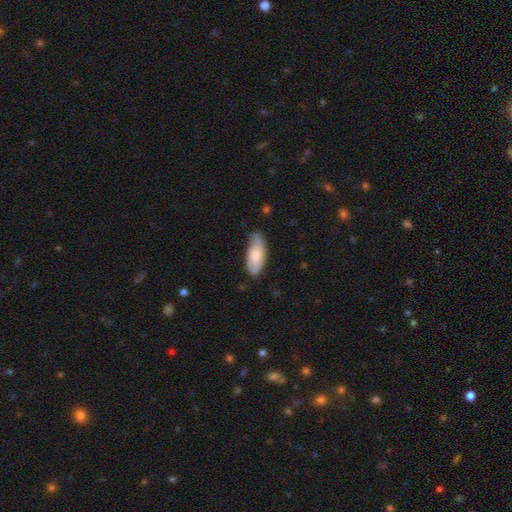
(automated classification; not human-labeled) smooth-or-featured: smooth: 72% | featured or disk: 23% | star or artifact: 5%
  how-rounded: in between: 82% | cigar-shaped: 16% | round: 2%
  merging: none: 70% | minor disturbance: 25% | major disturbance: 4% | merger: 2%